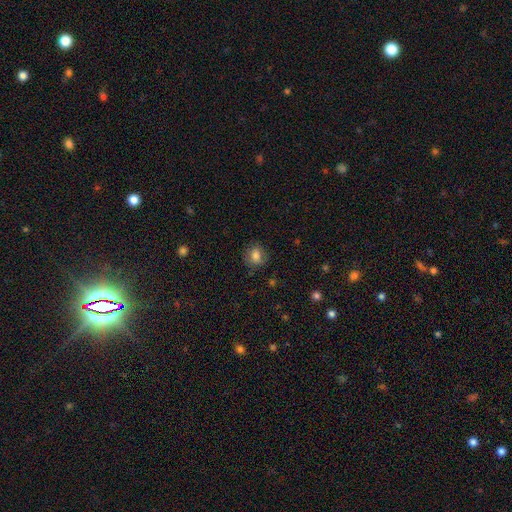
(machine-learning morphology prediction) The model was most divided on "how rounded": round: 71%, in between: 28%, cigar-shaped: 1%. More confident: merging — none (81%); smooth or featured — smooth (79%).